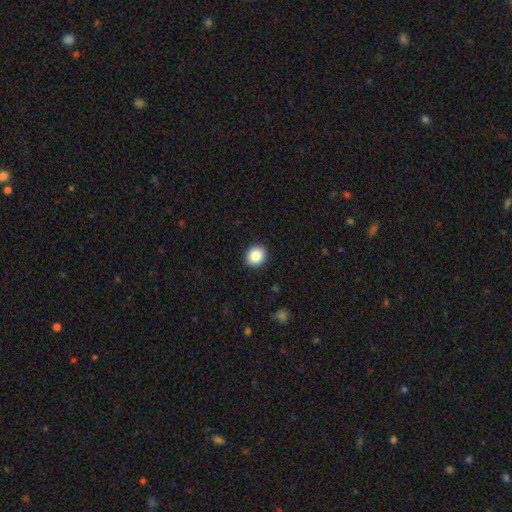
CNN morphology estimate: This appears to be a smooth galaxy with no disk features (86%) that is round (78%). Merging: none (92%).